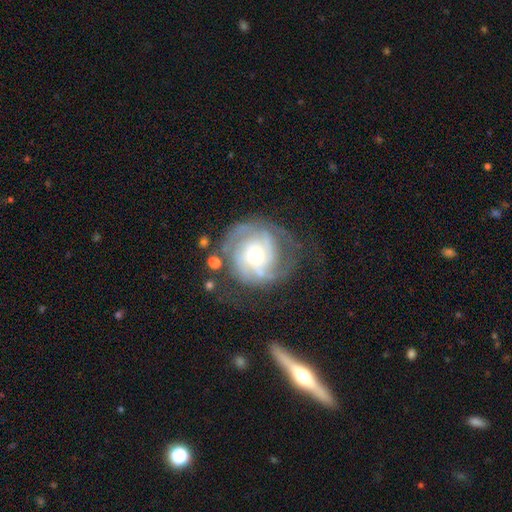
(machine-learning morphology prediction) Q: Smooth or featured?
A: featured or disk (81%); runner-up: smooth (13%)
Q: Edge-on disk?
A: no (98%); runner-up: yes (2%)
Q: Bar?
A: no (70%); runner-up: weak (24%)
Q: Spiral arms?
A: yes (92%); runner-up: no (8%)
Q: Spiral winding?
A: tight (54%); runner-up: medium (34%)
Q: Spiral arm count?
A: 2 (40%); runner-up: can't tell (25%)
Q: Bulge size?
A: moderate (56%); runner-up: small (25%)
Q: Merging?
A: none (63%); runner-up: minor disturbance (19%)